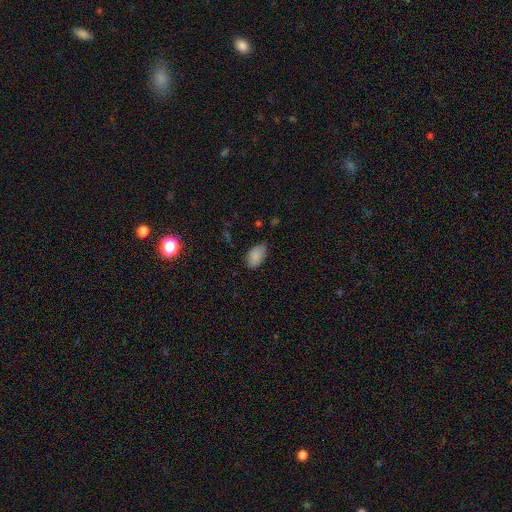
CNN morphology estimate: Q: Smooth or featured?
A: smooth (86%); runner-up: star or artifact (8%)
Q: How rounded?
A: in between (92%); runner-up: round (6%)
Q: Merging?
A: none (70%); runner-up: minor disturbance (24%)